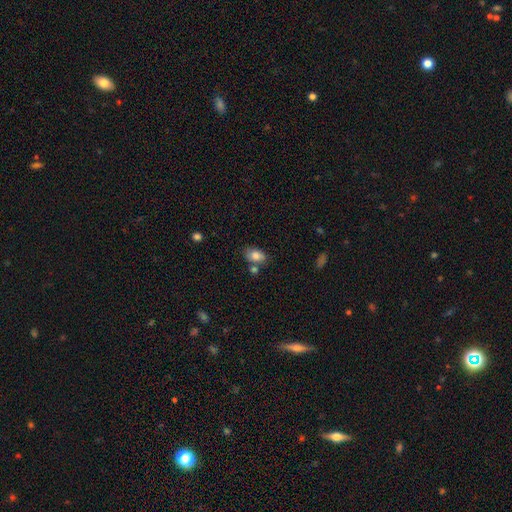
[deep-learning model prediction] A smooth galaxy with no disk features (82%) that is in between round and cigar-shaped (88%).

Vote fractions:
- Smooth or featured? smooth: 82% / featured or disk: 10% / star or artifact: 8%
- How rounded? in between: 88% / round: 10% / cigar-shaped: 2%
- Merging? none: 65% / minor disturbance: 16% / merger: 15% / major disturbance: 4%